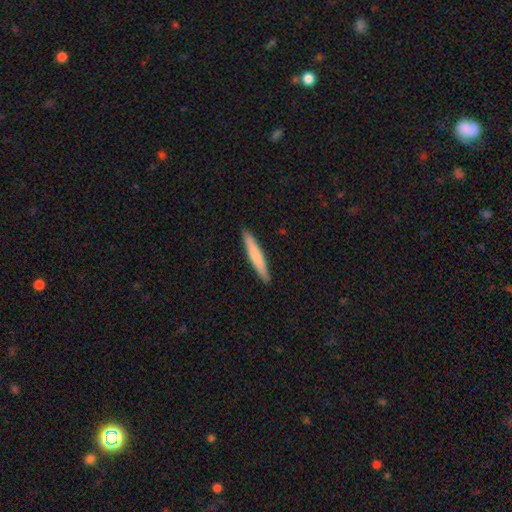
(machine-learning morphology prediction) type=smooth (72%); roundness=cigar-shaped (95%); merging=none (92%).